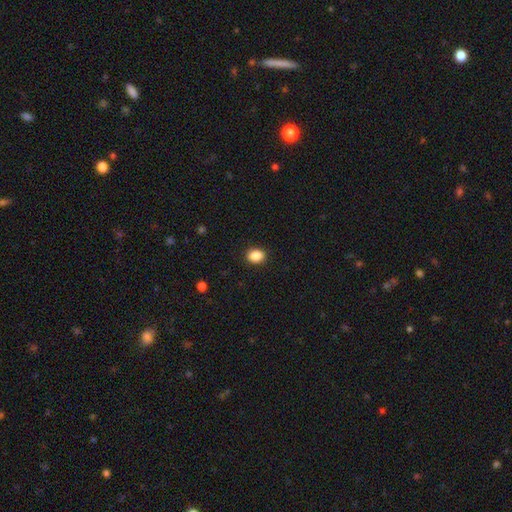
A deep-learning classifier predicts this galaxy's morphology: This appears to be a smooth galaxy with no disk features (88%) that is in between round and cigar-shaped (57%). Merging: none (90%).